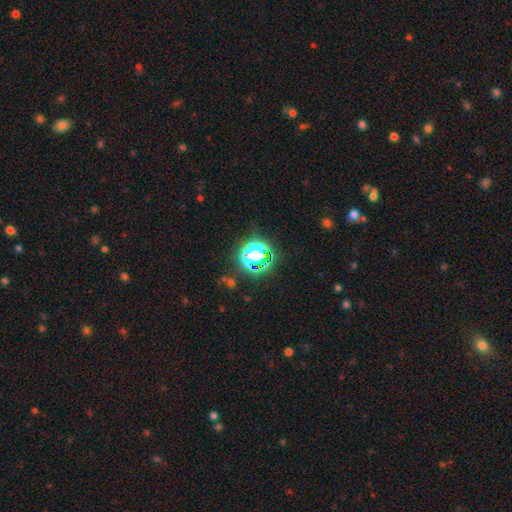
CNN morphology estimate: A star or artifact, not a galaxy (54%).

Vote fractions:
- Smooth or featured? star or artifact: 54% / smooth: 33% / featured or disk: 13%